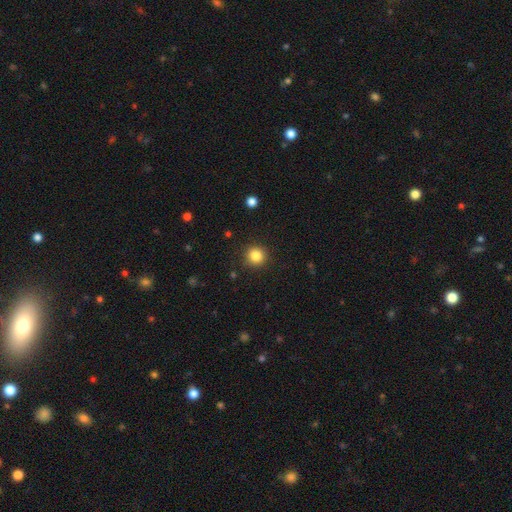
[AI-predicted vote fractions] Smooth or featured: smooth — 84% (star or artifact — 11%)
How rounded: round — 94% (in between — 5%)
Merging: none — 90% (minor disturbance — 7%)